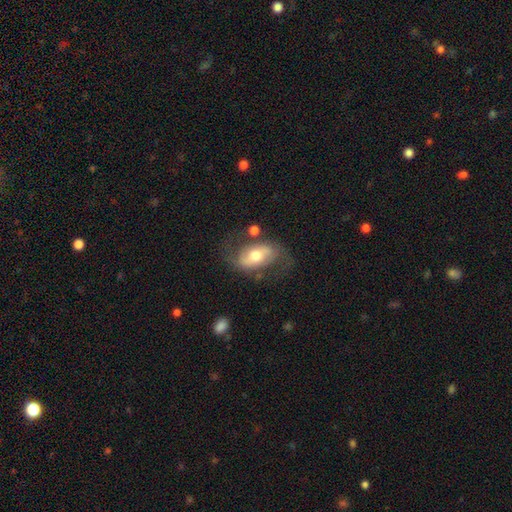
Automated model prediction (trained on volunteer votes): The model was most divided on "bar": no: 38%, weak: 32%, strong: 29%. More confident: edge-on disk — no (92%); bulge size — moderate (70%); spiral arms — yes (67%); merging — none (59%); smooth or featured — featured or disk (58%).